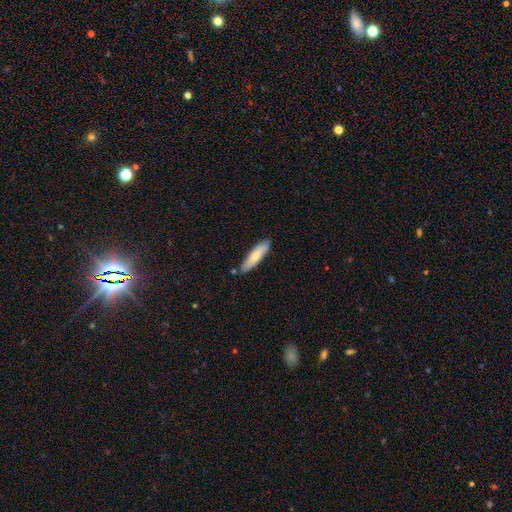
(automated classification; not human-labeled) smooth_or_featured: smooth (p=0.73) [alt: featured or disk p=0.22]
how_rounded: cigar-shaped (p=0.74) [alt: in between p=0.25]
merging: none (p=0.81) [alt: minor disturbance p=0.14]